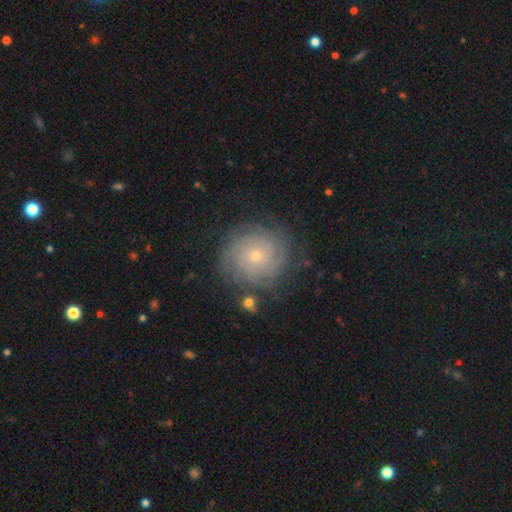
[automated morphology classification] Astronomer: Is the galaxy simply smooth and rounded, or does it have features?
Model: featured or disk — 79%.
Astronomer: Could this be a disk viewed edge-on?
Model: no — 98%.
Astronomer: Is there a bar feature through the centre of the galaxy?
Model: no — 83%.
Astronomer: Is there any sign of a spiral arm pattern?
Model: yes — 95%.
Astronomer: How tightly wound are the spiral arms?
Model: tight — 82%.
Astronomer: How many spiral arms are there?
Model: can't tell — 34% (runner-up: 4, 22%).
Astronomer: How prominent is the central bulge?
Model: small — 76%.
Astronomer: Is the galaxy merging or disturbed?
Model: none — 81%.